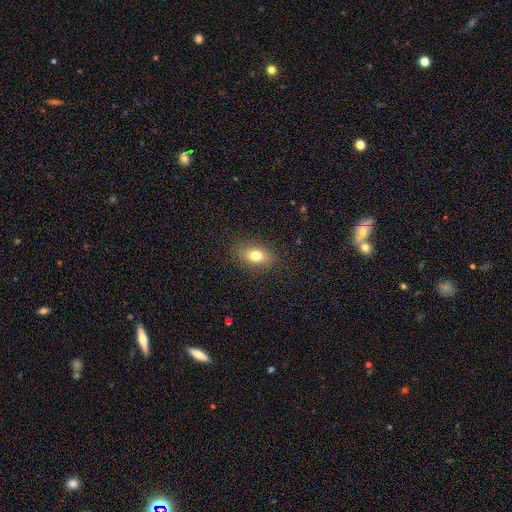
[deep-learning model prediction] Morphology: type=smooth (76%); roundness=in between (81%); merging=none (87%).